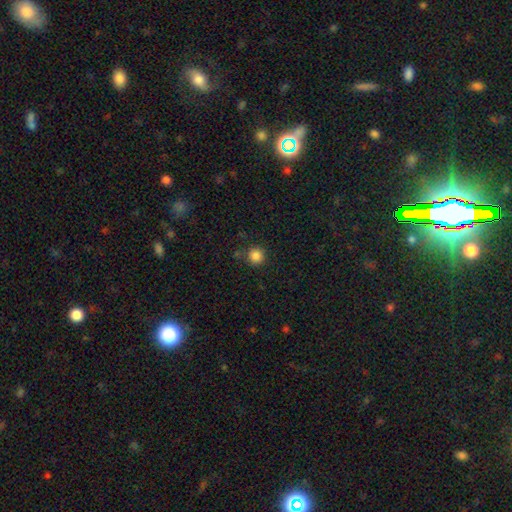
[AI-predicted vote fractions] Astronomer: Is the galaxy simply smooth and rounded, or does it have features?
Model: smooth — 85%.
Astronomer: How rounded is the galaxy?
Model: round — 94%.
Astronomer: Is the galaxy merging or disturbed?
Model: none — 85%.